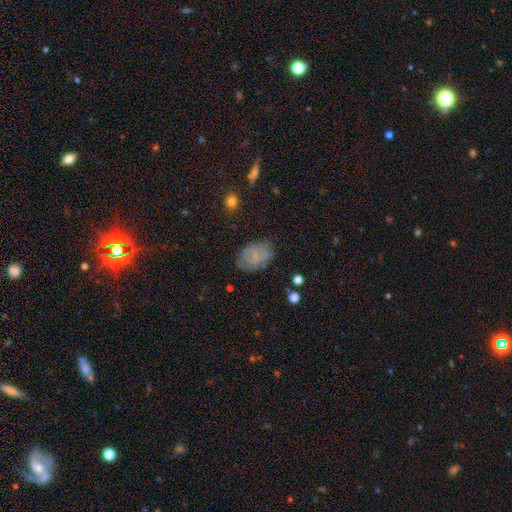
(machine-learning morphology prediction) Smooth or featured: featured or disk — 47% (smooth — 40%)
Merging: none — 72% (minor disturbance — 20%)